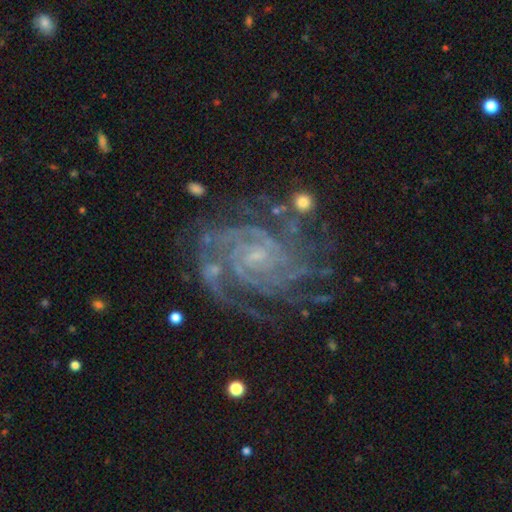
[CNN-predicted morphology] A featured or disk galaxy (89%) with no bar (61%), 4 (24%) tight (71%) spiral arms (98%) and a small central bulge (78%).

Vote fractions:
- Smooth or featured? featured or disk: 89% / star or artifact: 7% / smooth: 3%
- Edge-on disk? no: 98% / yes: 2%
- Bar? no: 61% / weak: 29% / strong: 10%
- Spiral arms? yes: 98% / no: 2%
- Spiral winding? tight: 71% / medium: 25% / loose: 4%
- Spiral arm count? 4: 24% / 3: 21% / can't tell: 19% / 2: 16% / more than 4: 12% / 1: 8%
- Bulge size? small: 78% / moderate: 13% / none: 7% / large: 1% / dominant: 1%
- Merging? none: 71% / minor disturbance: 17% / major disturbance: 9% / merger: 3%